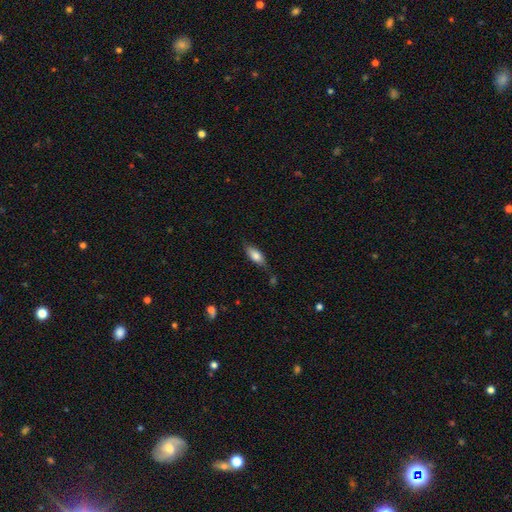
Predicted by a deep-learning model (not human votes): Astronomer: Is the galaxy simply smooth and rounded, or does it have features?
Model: smooth — 77%.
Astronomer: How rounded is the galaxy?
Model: in between — 76%.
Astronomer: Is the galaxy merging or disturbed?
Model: none — 66%.